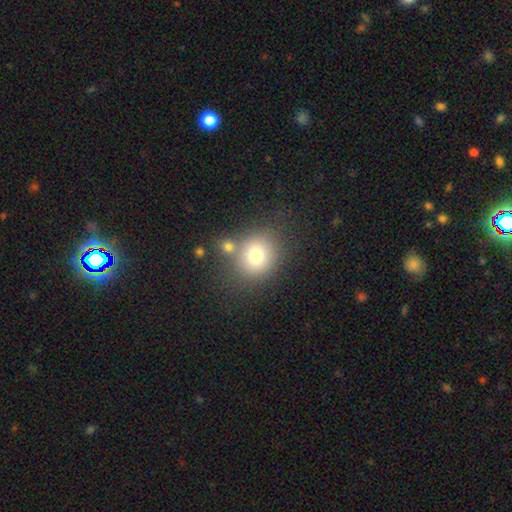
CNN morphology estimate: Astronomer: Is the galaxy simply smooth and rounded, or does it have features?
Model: smooth — 77%.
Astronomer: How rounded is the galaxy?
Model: round — 77%.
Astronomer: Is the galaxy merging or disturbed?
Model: none — 66%.